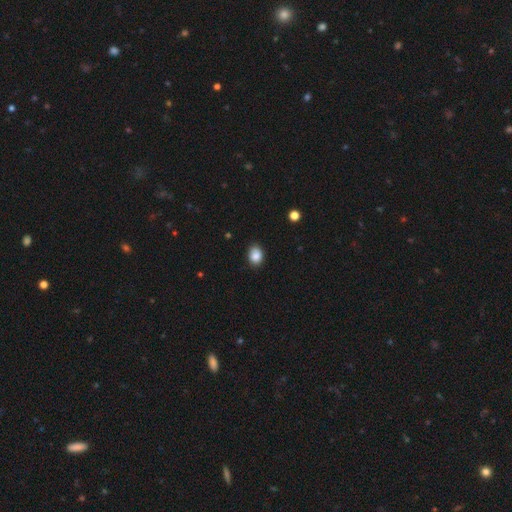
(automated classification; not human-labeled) Q: Smooth or featured?
A: smooth (87%); runner-up: star or artifact (9%)
Q: How rounded?
A: in between (64%); runner-up: round (36%)
Q: Merging?
A: none (83%); runner-up: minor disturbance (13%)